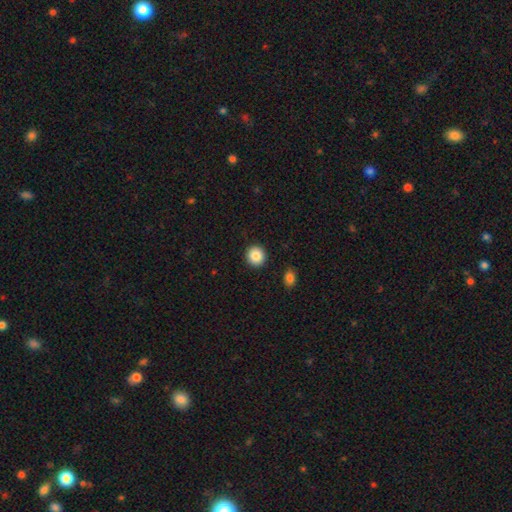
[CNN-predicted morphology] smooth 87%, star or artifact 8%, featured or disk 5%. Down the decision tree: how rounded — round (90%); merging — none (92%).